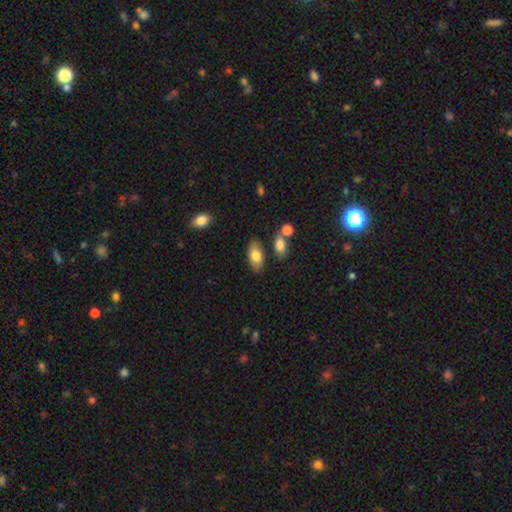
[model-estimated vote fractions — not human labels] The model was most divided on "smooth or featured": smooth: 78%, featured or disk: 15%, star or artifact: 7%. More confident: how rounded — in between (91%); merging — none (78%).